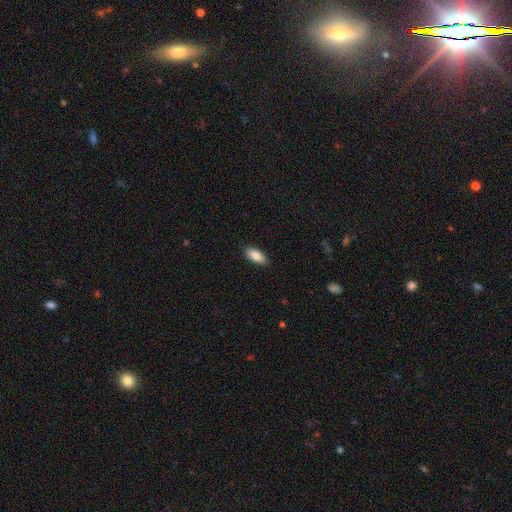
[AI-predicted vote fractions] A smooth galaxy with no disk features (85%) that is in between round and cigar-shaped (89%).

Vote fractions:
- Smooth or featured? smooth: 85% / featured or disk: 8% / star or artifact: 7%
- How rounded? in between: 89% / cigar-shaped: 9% / round: 2%
- Merging? none: 87% / minor disturbance: 10% / major disturbance: 2% / merger: 1%